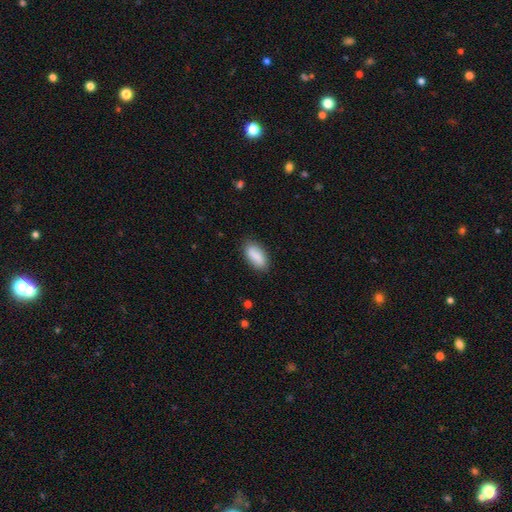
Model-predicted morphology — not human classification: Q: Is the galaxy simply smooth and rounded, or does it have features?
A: smooth — 84%.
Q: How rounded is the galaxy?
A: in between — 89%.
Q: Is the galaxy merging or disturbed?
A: none — 84%.